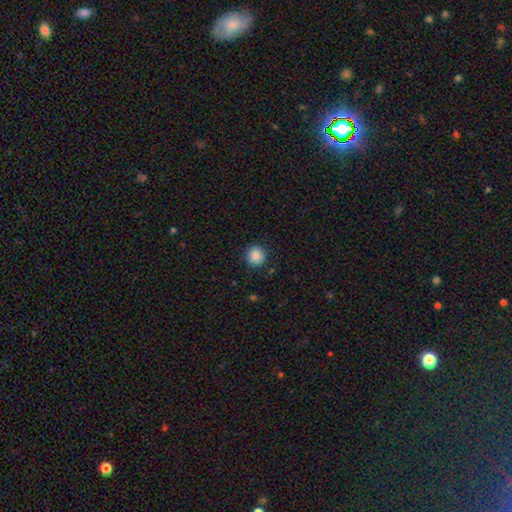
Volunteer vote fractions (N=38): A smooth galaxy with no disk features (95%) that is round (97%).

Vote fractions:
- Smooth or featured? smooth: 95% / star or artifact: 5% / featured or disk: 0%
- How rounded? round: 97% / in between: 3% / cigar-shaped: 0%
- Merging? none: 89% / minor disturbance: 8% / major disturbance: 3% / merger: 0%